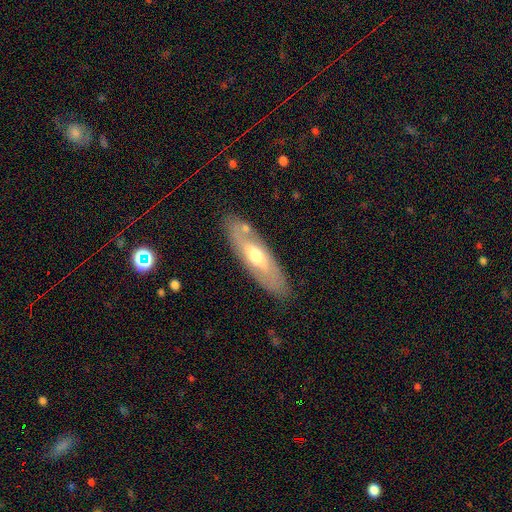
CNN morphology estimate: Smooth or featured? featured or disk (54%)
Edge-on disk? no (67%)
Merging? none (81%)